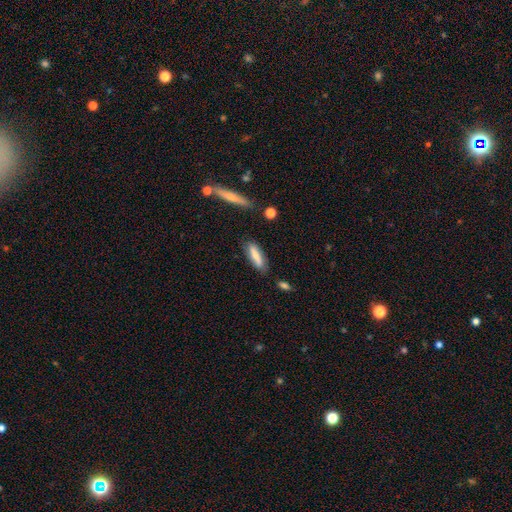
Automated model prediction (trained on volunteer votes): This appears to be a smooth galaxy with no disk features (73%) that is cigar-shaped (60%). Merging: none (79%).